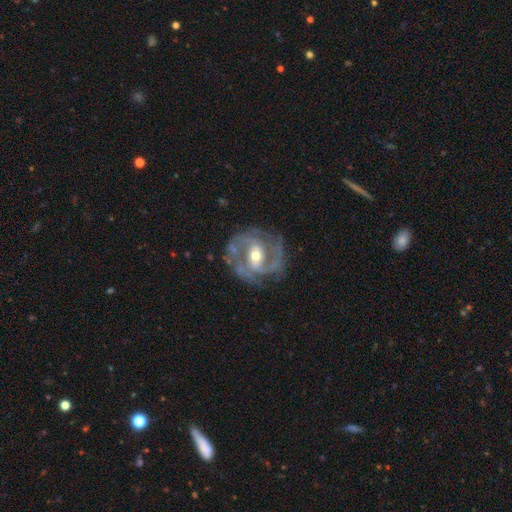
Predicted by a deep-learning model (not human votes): A featured or disk galaxy (88%) with a strong bar (42%), 2 (66%) medium (47%) spiral arms (94%) and a moderate central bulge (63%).

Vote fractions:
- Smooth or featured? featured or disk: 88% / smooth: 6% / star or artifact: 6%
- Edge-on disk? no: 97% / yes: 3%
- Bar? strong: 42% / weak: 40% / no: 18%
- Spiral arms? yes: 94% / no: 6%
- Spiral winding? medium: 47% / tight: 39% / loose: 13%
- Spiral arm count? 2: 66% / 3: 15% / can't tell: 10% / 4: 3% / 1: 3% / more than 4: 2%
- Bulge size? moderate: 63% / small: 32% / large: 3% / none: 1% / dominant: 1%
- Merging? none: 76% / minor disturbance: 15% / major disturbance: 7% / merger: 2%